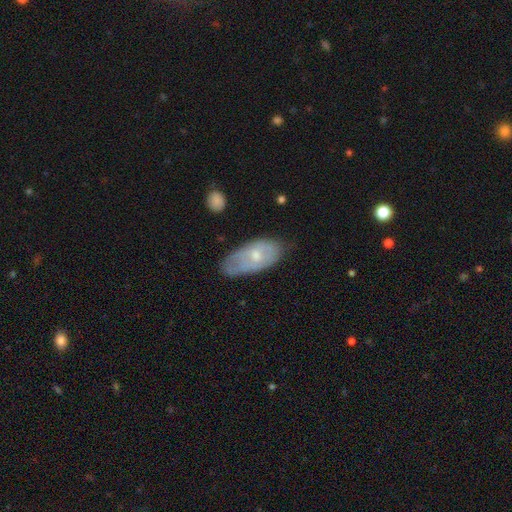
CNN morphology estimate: smooth 53%, featured or disk 40%, star or artifact 6%. Down the decision tree: how rounded — in between (90%); merging — none (55%).